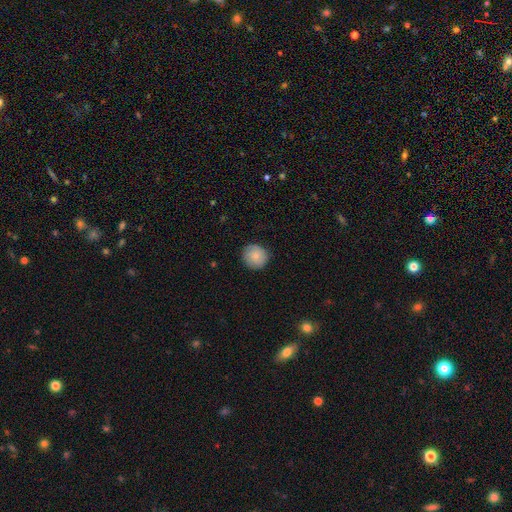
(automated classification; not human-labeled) smooth_or_featured: smooth (p=0.82) [alt: featured or disk p=0.11]
how_rounded: round (p=0.93) [alt: in between p=0.06]
merging: none (p=0.86) [alt: minor disturbance p=0.10]